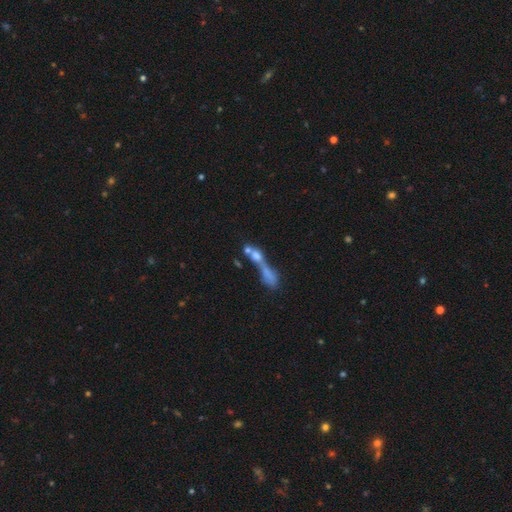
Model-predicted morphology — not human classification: A smooth galaxy with no disk features (46%).

Vote fractions:
- Smooth or featured? smooth: 46% / featured or disk: 37% / star or artifact: 17%
- Merging? merger: 54% / none: 22% / major disturbance: 15% / minor disturbance: 9%